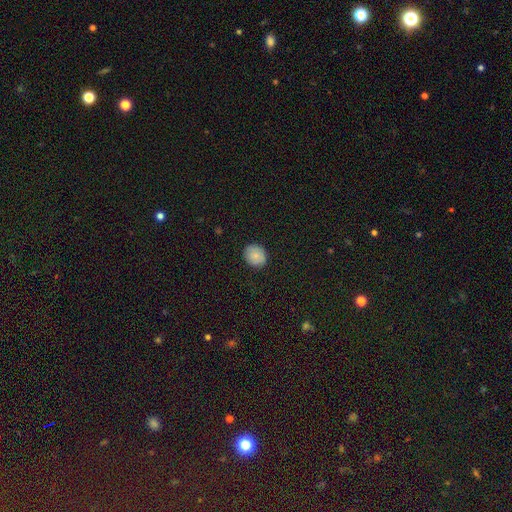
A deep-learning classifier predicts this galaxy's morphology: smooth 81%, featured or disk 9%, star or artifact 9%. Down the decision tree: how rounded — round (72%); merging — none (86%).